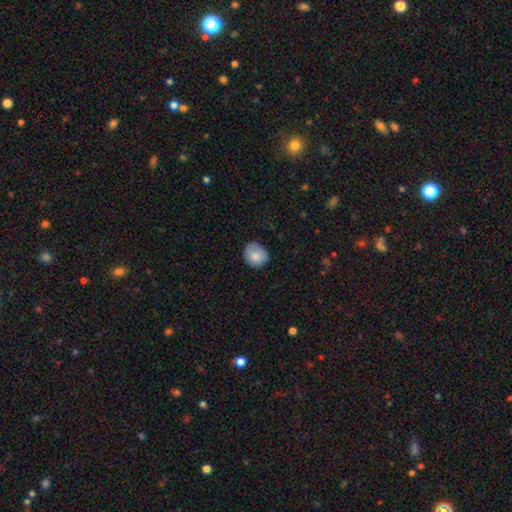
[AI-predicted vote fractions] Smooth or featured: smooth — 82% (featured or disk — 10%)
How rounded: round — 76% (in between — 23%)
Merging: none — 73% (minor disturbance — 21%)